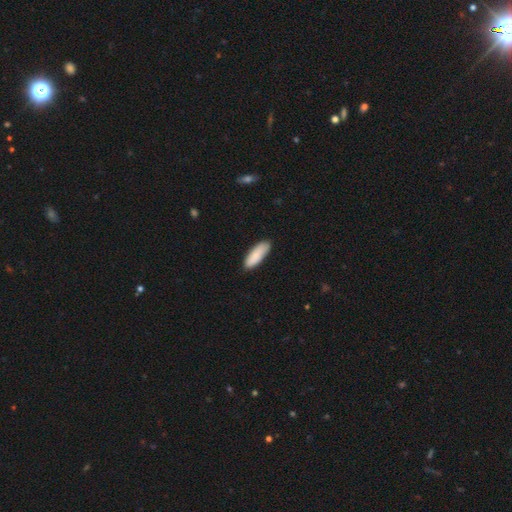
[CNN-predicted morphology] smooth-or-featured: smooth: 88% | featured or disk: 7% | star or artifact: 5%
  how-rounded: in between: 63% | cigar-shaped: 36% | round: 1%
  merging: none: 84% | minor disturbance: 13% | major disturbance: 2% | merger: 1%